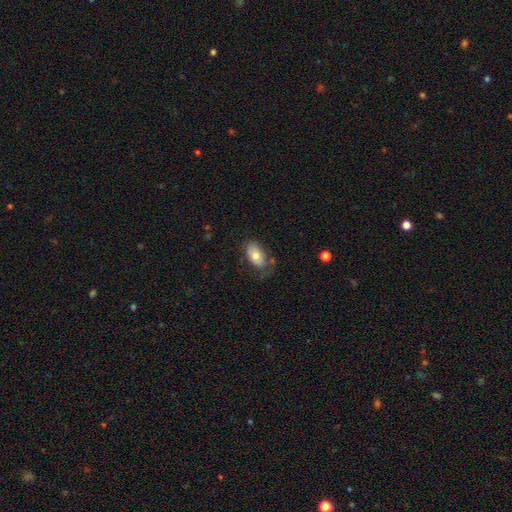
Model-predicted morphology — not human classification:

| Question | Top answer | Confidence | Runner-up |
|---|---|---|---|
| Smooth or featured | smooth | 71% | featured or disk (22%) |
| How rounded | in between | 93% | round (4%) |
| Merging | none | 56% | minor disturbance (26%) |